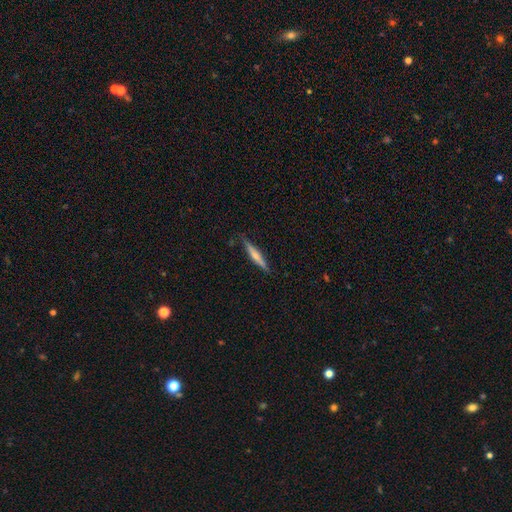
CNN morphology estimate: This appears to be a smooth galaxy with no disk features (48%). Merging: none (83%).